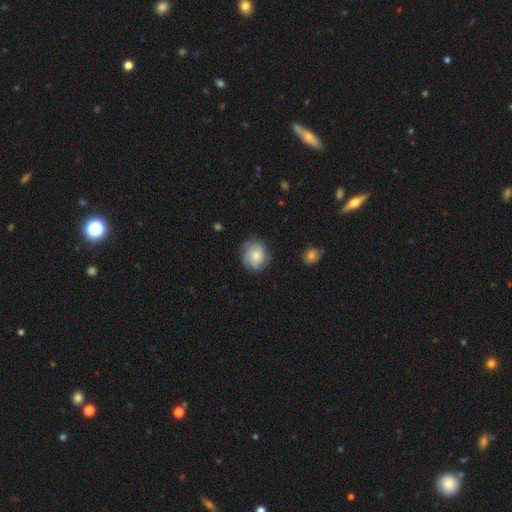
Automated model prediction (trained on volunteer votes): smooth_or_featured: smooth (p=0.59) [alt: featured or disk p=0.33]
how_rounded: round (p=0.80) [alt: in between p=0.19]
merging: none (p=0.74) [alt: minor disturbance p=0.19]